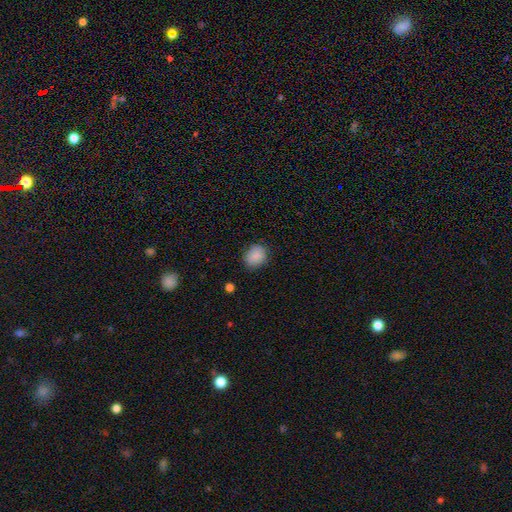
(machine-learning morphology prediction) This is clearly a smooth galaxy (87%). How rounded: possibly round (60%). Merging: clearly none (83%).